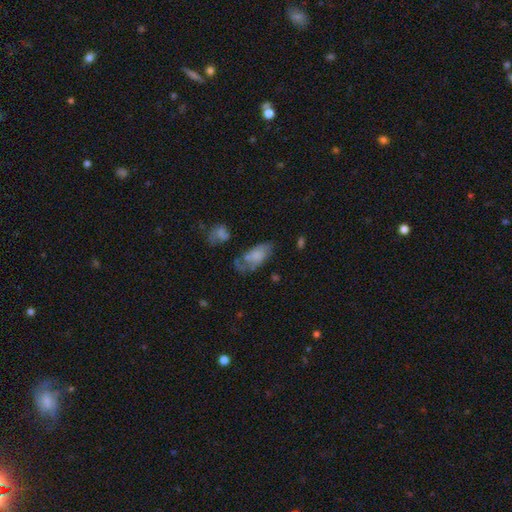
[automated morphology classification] The model was most divided on "merging": none: 40%, minor disturbance: 27%, major disturbance: 22%, merger: 12%. More confident: how rounded — in between (89%); smooth or featured — smooth (58%).